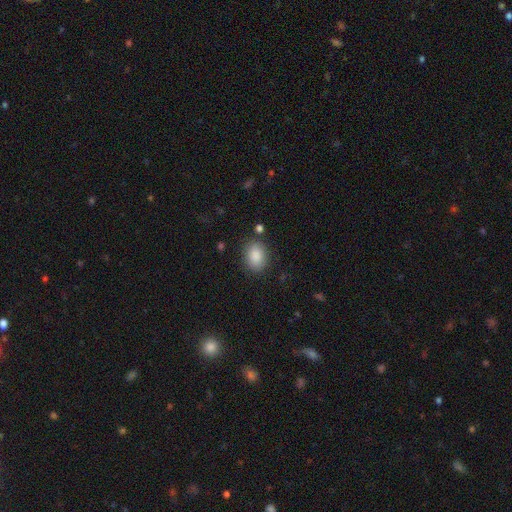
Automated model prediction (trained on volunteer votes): A smooth galaxy with no disk features (88%) that is in between round and cigar-shaped (73%).

Vote fractions:
- Smooth or featured? smooth: 88% / star or artifact: 8% / featured or disk: 5%
- How rounded? in between: 73% / round: 26% / cigar-shaped: 1%
- Merging? none: 82% / minor disturbance: 12% / major disturbance: 4% / merger: 3%